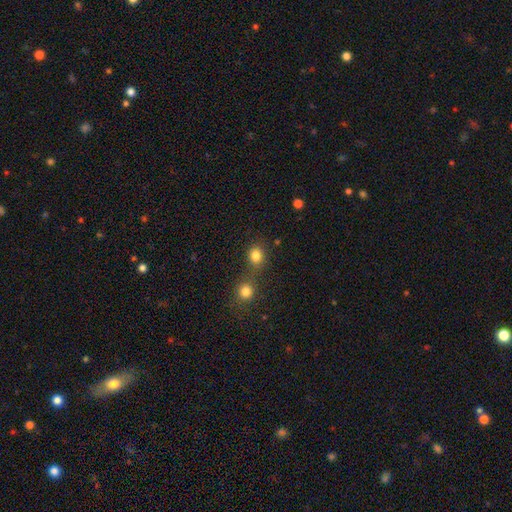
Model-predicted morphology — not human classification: Overall: smooth (82%). How rounded: round (78%). Merging: none (63%; merger 25%).